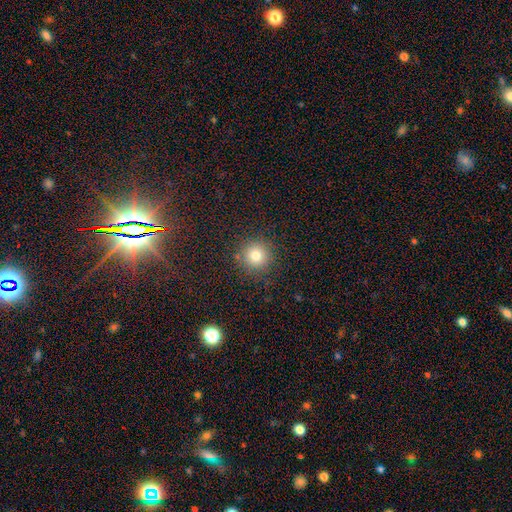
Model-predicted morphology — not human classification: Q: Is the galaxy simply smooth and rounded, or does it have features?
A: smooth — 78%.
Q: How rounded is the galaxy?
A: round — 94%.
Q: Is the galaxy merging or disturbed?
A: none — 89%.